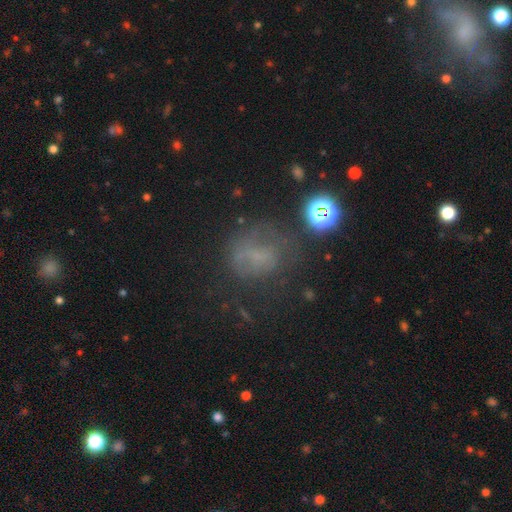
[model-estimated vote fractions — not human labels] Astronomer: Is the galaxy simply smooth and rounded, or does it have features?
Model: smooth — 44% (runner-up: star or artifact, 29%).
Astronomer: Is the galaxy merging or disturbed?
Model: none — 50%.